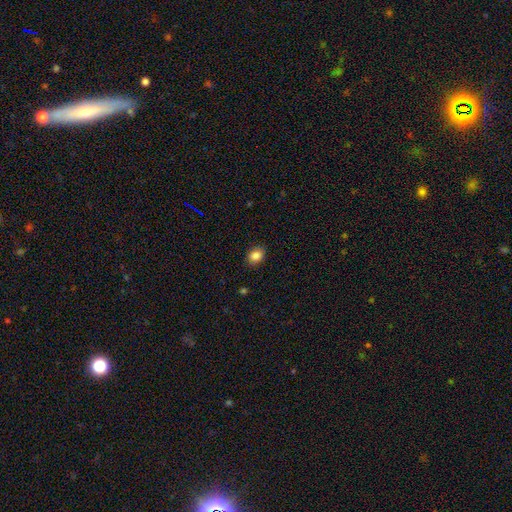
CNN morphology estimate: The model was most divided on "how rounded": in between: 56%, round: 43%, cigar-shaped: 1%. More confident: merging — none (89%); smooth or featured — smooth (85%).